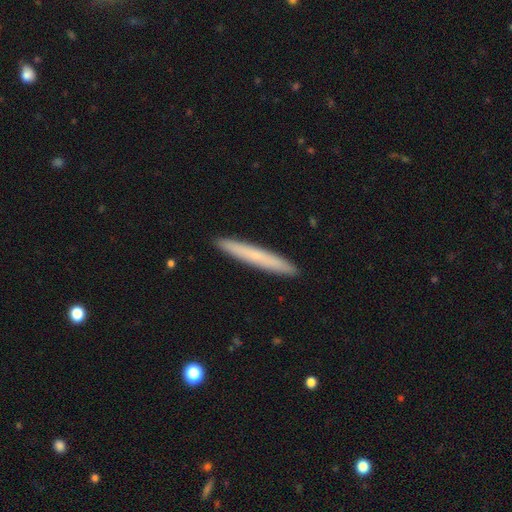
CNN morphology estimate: This is likely a smooth galaxy (65%). How rounded: clearly cigar-shaped (97%). Merging: clearly none (93%).